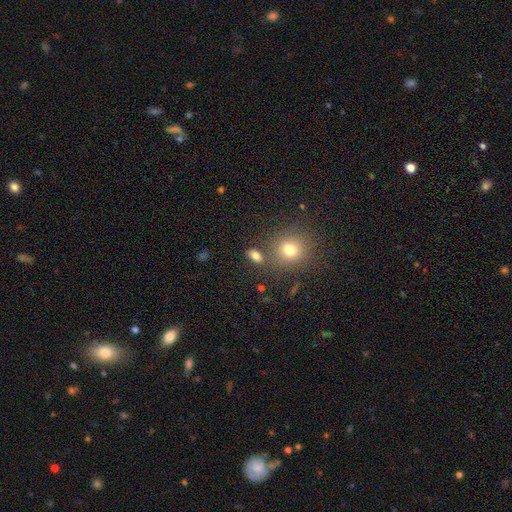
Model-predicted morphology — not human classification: This is likely a smooth galaxy (79%). How rounded: likely in between (78%). Merging: likely none (73%).